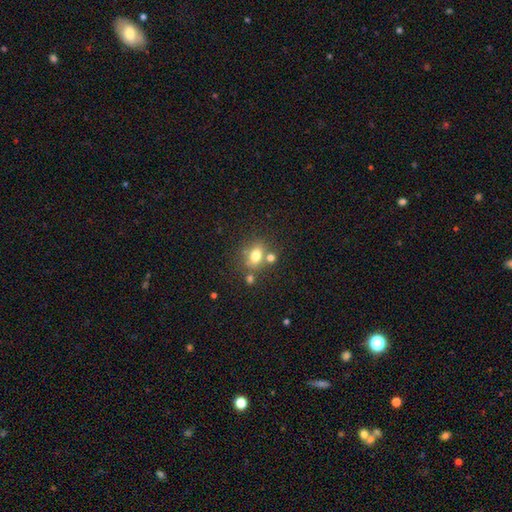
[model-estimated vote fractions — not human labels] Smooth or featured? smooth (73%)
How rounded? in between (65%)
Merging? none (59%)